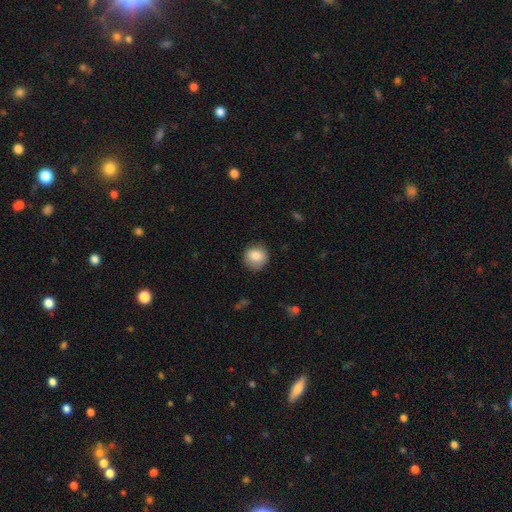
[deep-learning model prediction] This is clearly a smooth galaxy (84%). How rounded: clearly round (89%). Merging: clearly none (83%).